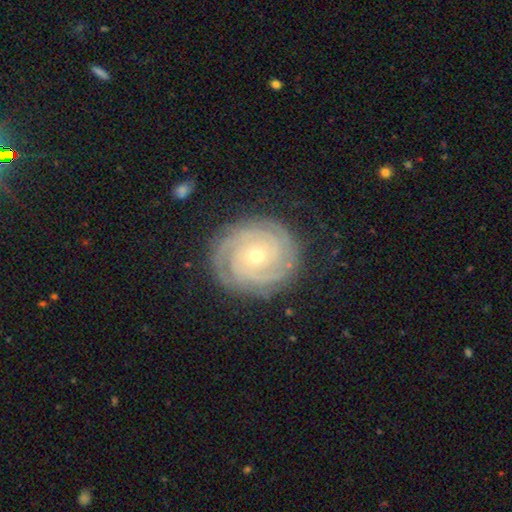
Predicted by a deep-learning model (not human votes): featured or disk 88%, smooth 7%, star or artifact 6%. Down the decision tree: edge-on disk — no (98%); bar — no (79%); spiral arms — yes (97%); spiral arm count — 3 (27%); spiral winding — tight (85%); bulge size — small (69%); merging — none (84%).